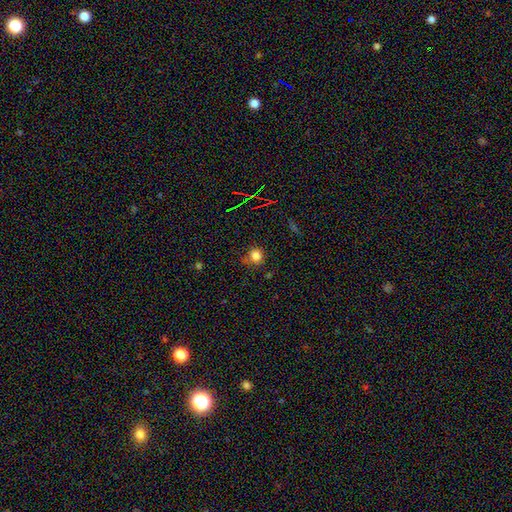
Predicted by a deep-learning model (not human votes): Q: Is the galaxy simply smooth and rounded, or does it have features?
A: smooth — 79%.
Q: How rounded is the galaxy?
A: round — 81%.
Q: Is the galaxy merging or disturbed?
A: none — 73%.